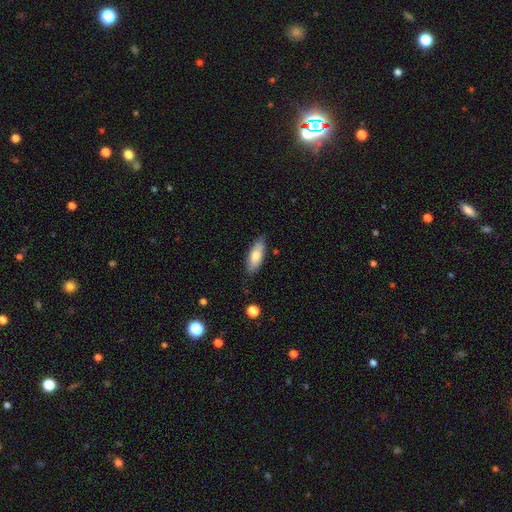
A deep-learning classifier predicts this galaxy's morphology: This appears to be a smooth galaxy with no disk features (78%) that is in between round and cigar-shaped (68%). Merging: none (83%).